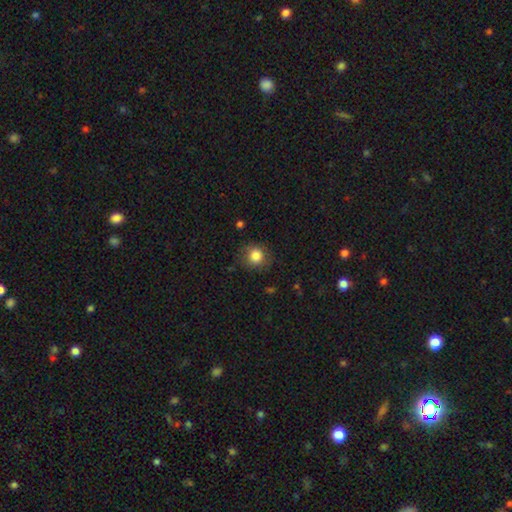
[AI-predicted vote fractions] This is clearly a smooth galaxy (84%). How rounded: clearly round (85%). Merging: likely none (79%).